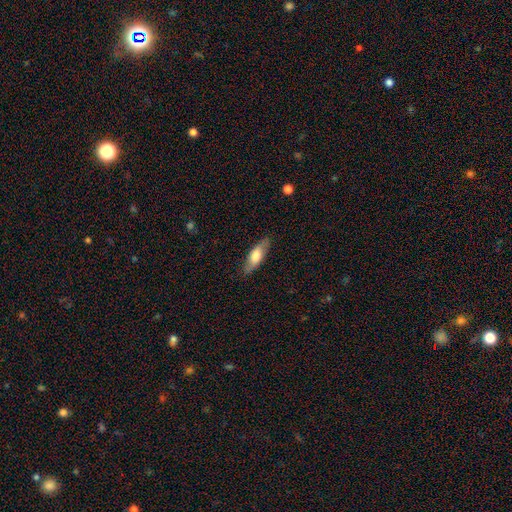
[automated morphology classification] Smooth or featured?
  - smooth: 62% *
  - featured or disk: 32%
  - star or artifact: 6%
How rounded?
  - in between: 57% *
  - cigar-shaped: 41%
  - round: 2%
Merging?
  - none: 84% *
  - minor disturbance: 12%
  - major disturbance: 3%
  - merger: 1%